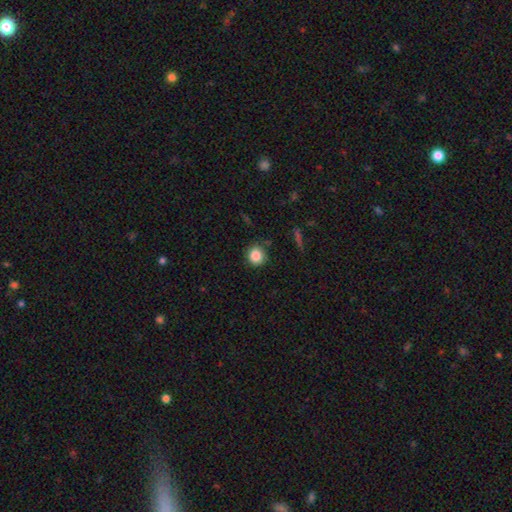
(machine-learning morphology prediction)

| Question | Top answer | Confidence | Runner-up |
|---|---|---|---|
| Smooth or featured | smooth | 86% | star or artifact (10%) |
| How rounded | round | 88% | in between (11%) |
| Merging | none | 83% | minor disturbance (12%) |